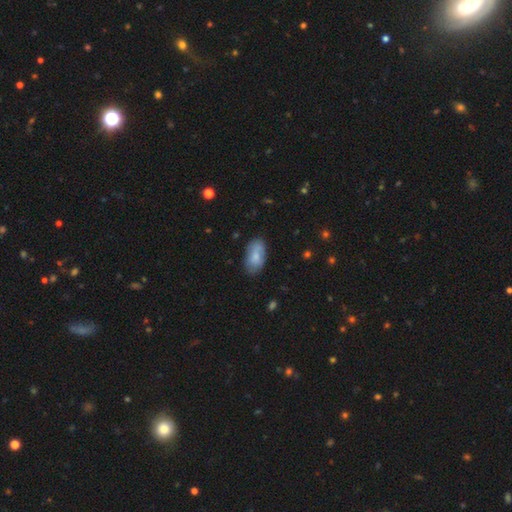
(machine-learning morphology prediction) smooth_or_featured: smooth (p=0.74) [alt: featured or disk p=0.19]
how_rounded: in between (p=0.94) [alt: round p=0.04]
merging: none (p=0.70) [alt: minor disturbance p=0.22]